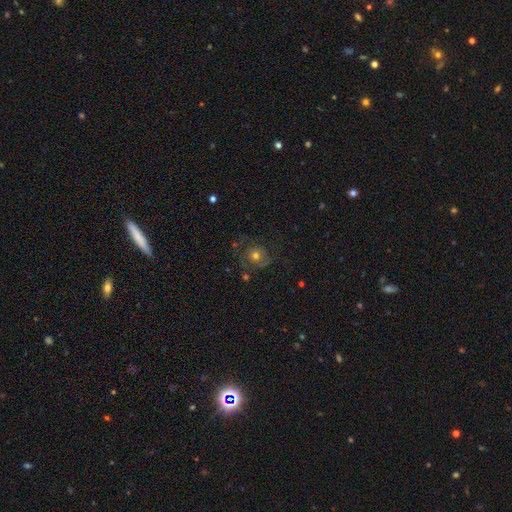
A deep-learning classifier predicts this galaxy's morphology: This appears to be a featured or disk galaxy (54%) with no bar (83%), spiral arms (75%) and a moderate central bulge (66%). Merging: none (62%).